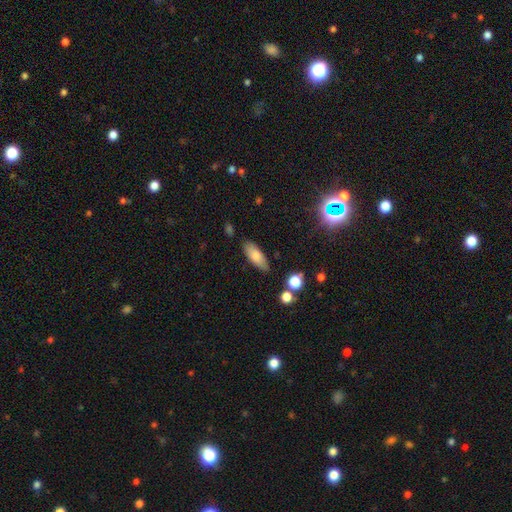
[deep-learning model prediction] smooth 78%, featured or disk 14%, star or artifact 8%. Down the decision tree: how rounded — in between (73%); merging — none (82%).